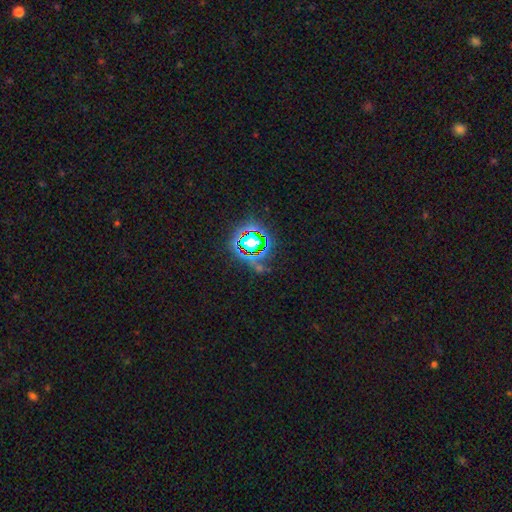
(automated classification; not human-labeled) This is likely a star or artifact rather than a galaxy (79%).